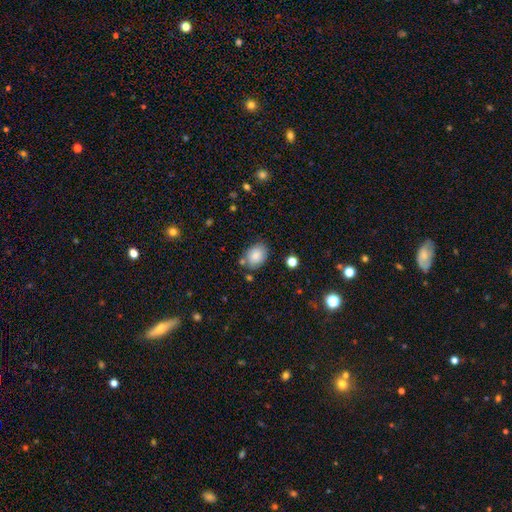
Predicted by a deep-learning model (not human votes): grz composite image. It shows a smooth galaxy with no disk features (84%) that is in between round and cigar-shaped (65%). Merging: none (72%).